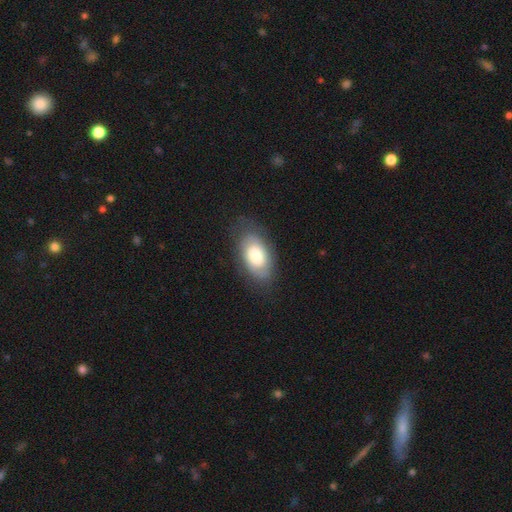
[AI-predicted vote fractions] This appears to be a smooth galaxy with no disk features (66%) that is in between round and cigar-shaped (94%). Merging: none (72%).